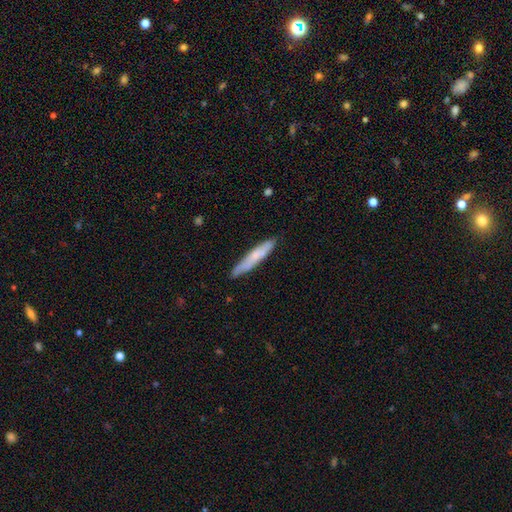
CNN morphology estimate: smooth 63%, featured or disk 32%, star or artifact 6%. Down the decision tree: how rounded — cigar-shaped (93%); merging — none (83%).